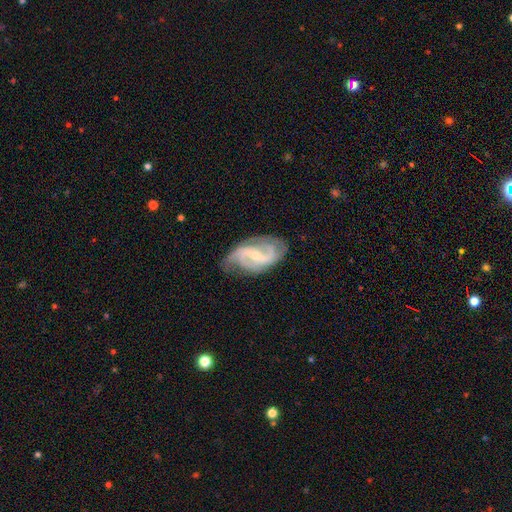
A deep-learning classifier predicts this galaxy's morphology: Smooth or featured: featured or disk — 88% (smooth — 7%)
Edge-on disk: no — 97% (yes — 3%)
Bar: weak — 44% (strong — 40%)
Spiral arms: yes — 96% (no — 4%)
Spiral winding: medium — 49% (loose — 27%)
Spiral arm count: 2 — 66% (3 — 15%)
Bulge size: small — 63% (moderate — 33%)
Merging: none — 65% (minor disturbance — 24%)